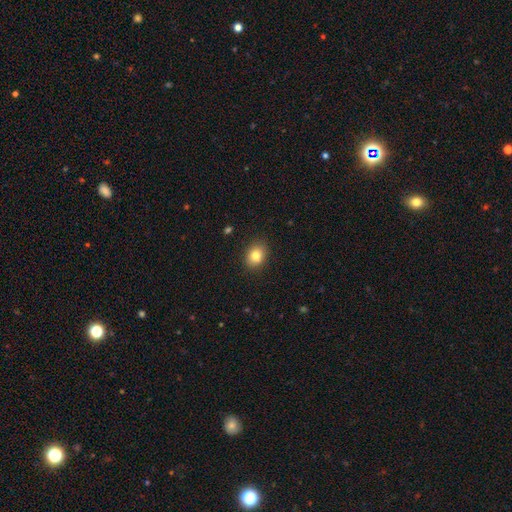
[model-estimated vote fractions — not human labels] smooth 82%, star or artifact 10%, featured or disk 8%. Down the decision tree: how rounded — in between (55%); merging — none (88%).